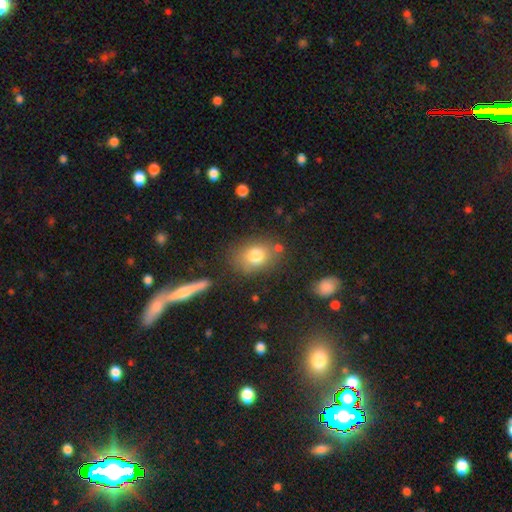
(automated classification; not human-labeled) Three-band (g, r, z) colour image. It shows a smooth galaxy with no disk features (78%) that is in between round and cigar-shaped (61%). Merging: none (73%).